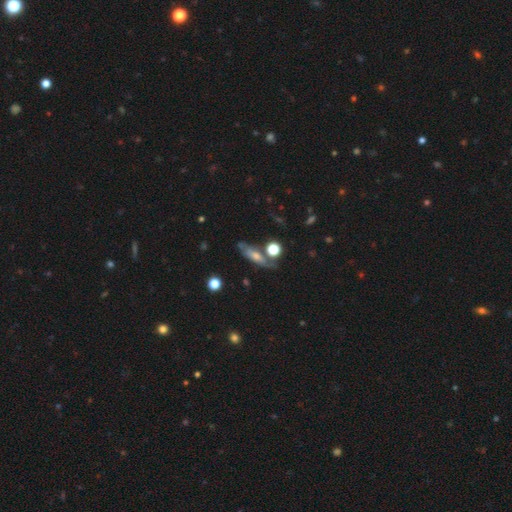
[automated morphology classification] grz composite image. It shows a smooth galaxy with no disk features (51%) that is cigar-shaped (48%). Merging: none (59%).